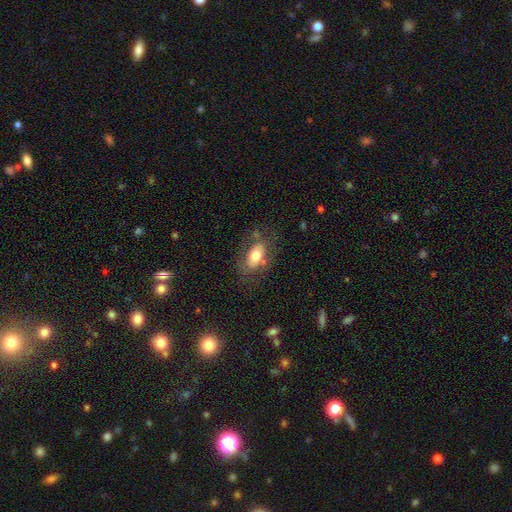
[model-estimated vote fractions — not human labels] Q: Smooth or featured?
A: smooth (67%); runner-up: featured or disk (25%)
Q: How rounded?
A: in between (88%); runner-up: round (8%)
Q: Merging?
A: none (69%); runner-up: minor disturbance (19%)